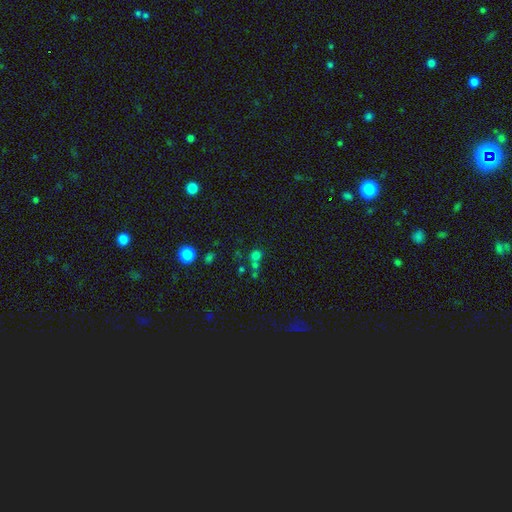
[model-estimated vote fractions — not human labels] Smooth or featured?
  - smooth: 64% *
  - star or artifact: 26%
  - featured or disk: 11%
How rounded?
  - round: 86% *
  - in between: 13%
  - cigar-shaped: 1%
Merging?
  - none: 51% *
  - merger: 36%
  - minor disturbance: 8%
  - major disturbance: 5%